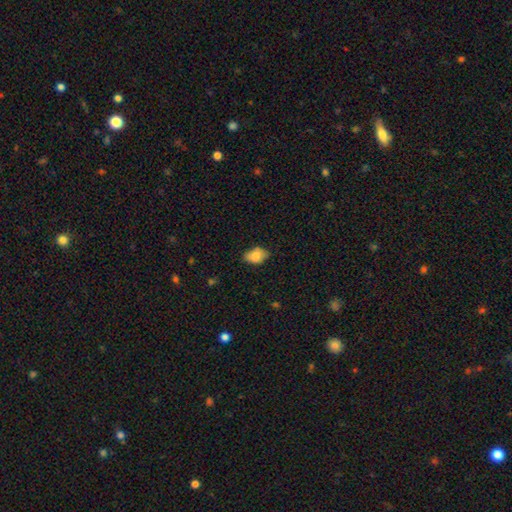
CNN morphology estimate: type=smooth (81%); roundness=in between (87%); merging=none (76%).